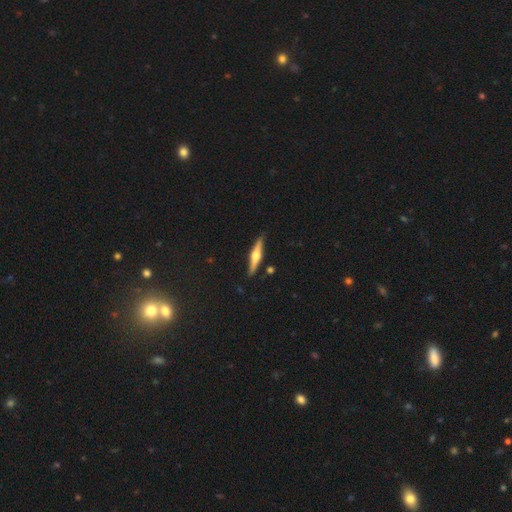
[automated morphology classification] Smooth or featured: featured or disk — 67% (smooth — 27%)
Edge-on disk: yes — 97% (no — 3%)
Edge-on bulge: rounded — 93% (boxy — 4%)
Merging: none — 87% (minor disturbance — 9%)